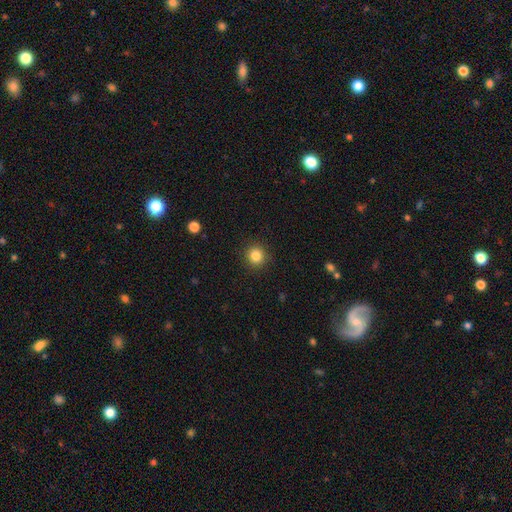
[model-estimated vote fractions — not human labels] Morphology: type=smooth (85%); roundness=round (92%); merging=none (91%).